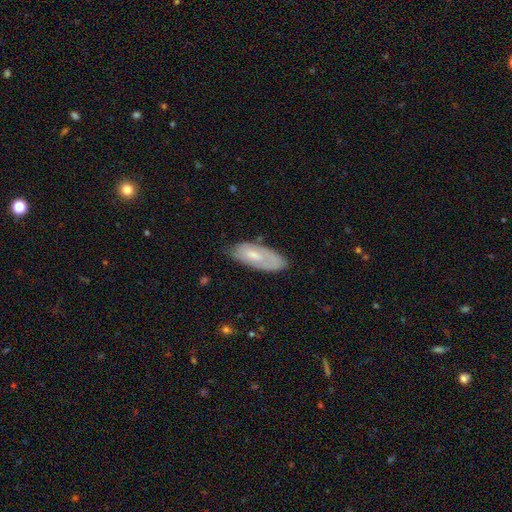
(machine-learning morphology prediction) This is possibly a smooth galaxy (52%). How rounded: likely in between (80%). Merging: likely none (63%).